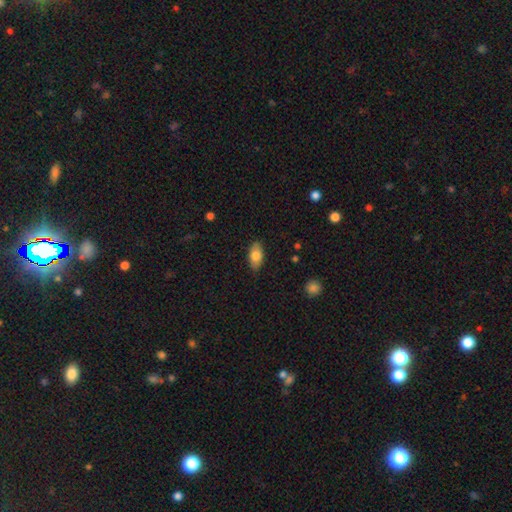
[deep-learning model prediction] Smooth or featured? smooth (78%)
How rounded? in between (91%)
Merging? none (84%)